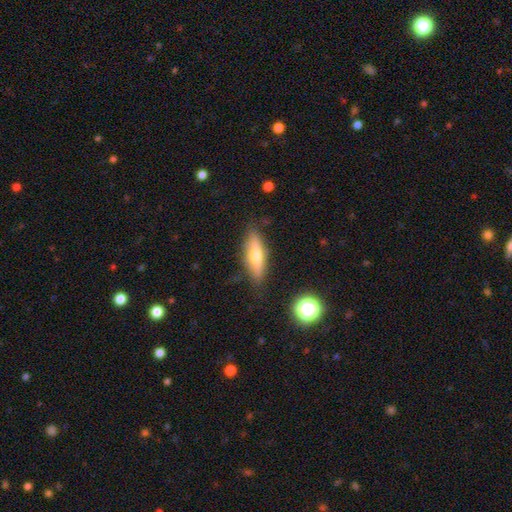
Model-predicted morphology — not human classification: A featured or disk galaxy (46%, tied with smooth).

Vote fractions:
- Smooth or featured? featured or disk: 46% (tied) / smooth: 46% (tied) / star or artifact: 8%
- Merging? none: 82% / minor disturbance: 13% / major disturbance: 3% / merger: 2%